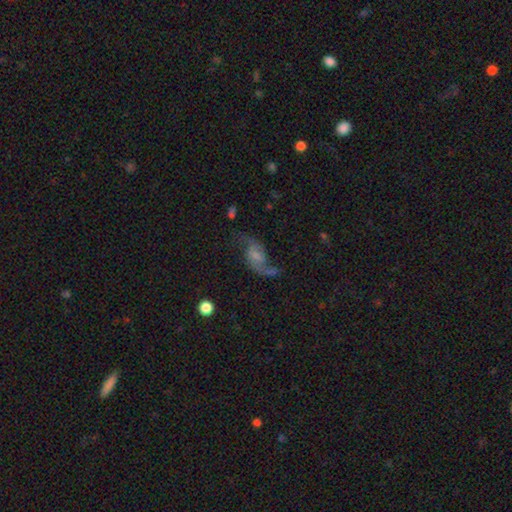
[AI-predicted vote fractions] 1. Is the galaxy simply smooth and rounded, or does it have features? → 80% featured or disk, 12% smooth, 8% star or artifact.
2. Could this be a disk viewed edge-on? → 97% no, 3% yes.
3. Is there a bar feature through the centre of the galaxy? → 47% weak, 38% no, 14% strong.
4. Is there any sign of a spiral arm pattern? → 93% yes, 7% no.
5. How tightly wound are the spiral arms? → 74% loose, 21% medium, 5% tight.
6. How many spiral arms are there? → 90% 2, 5% 1, 2% can't tell, 1% 3, 1% 4, 1% more than 4.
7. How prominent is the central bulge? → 35% small, 28% moderate, 27% none, 7% large, 2% dominant.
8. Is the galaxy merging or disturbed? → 58% none, 19% major disturbance, 18% minor disturbance, 5% merger.